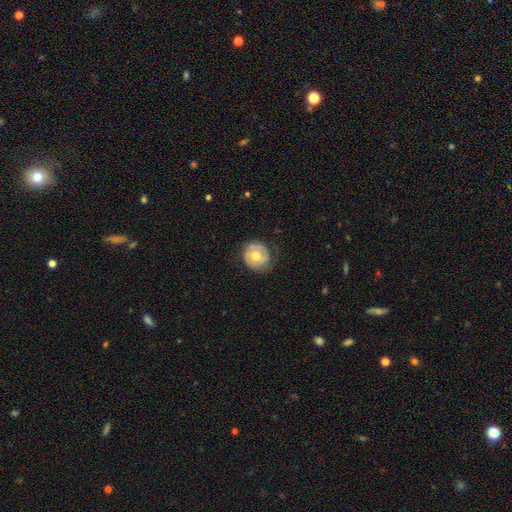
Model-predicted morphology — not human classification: Smooth or featured?
  - featured or disk: 56% *
  - smooth: 38%
  - star or artifact: 6%
Edge-on disk?
  - no: 97% *
  - yes: 3%
Bar?
  - no: 69% *
  - weak: 25%
  - strong: 6%
Spiral arms?
  - yes: 67% *
  - no: 33%
Bulge size?
  - moderate: 72% *
  - small: 18%
  - large: 7%
  - none: 2%
  - dominant: 1%
Merging?
  - none: 72% *
  - minor disturbance: 20%
  - major disturbance: 7%
  - merger: 1%